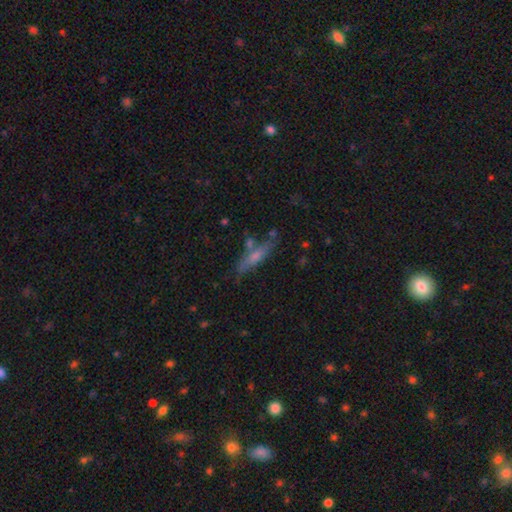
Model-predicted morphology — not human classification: Smooth or featured?
  - smooth: 51% *
  - featured or disk: 40%
  - star or artifact: 8%
How rounded?
  - cigar-shaped: 80% *
  - in between: 17%
  - round: 2%
Merging?
  - none: 69% *
  - minor disturbance: 18%
  - merger: 8%
  - major disturbance: 5%